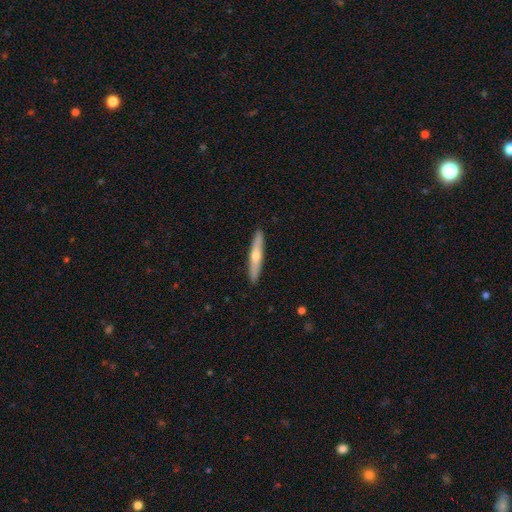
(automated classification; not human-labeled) Smooth or featured? featured or disk (48%)
Merging? none (91%)